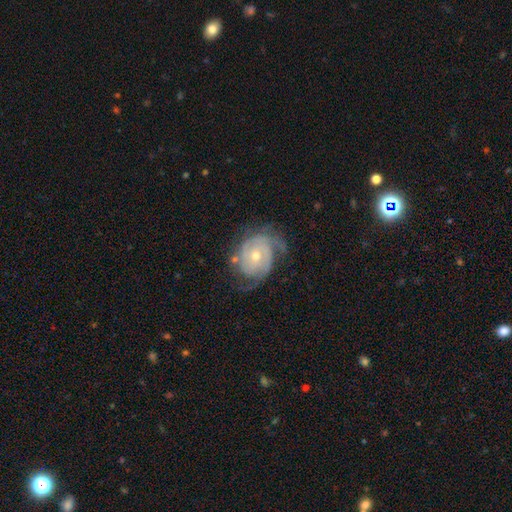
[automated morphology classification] A featured or disk galaxy (86%) with no bar (74%), 3 (30%, tied with 2) tight (63%) spiral arms (95%) and a small central bulge (51%).

Vote fractions:
- Smooth or featured? featured or disk: 86% / smooth: 8% / star or artifact: 6%
- Edge-on disk? no: 97% / yes: 3%
- Bar? no: 74% / weak: 21% / strong: 5%
- Spiral arms? yes: 95% / no: 5%
- Spiral winding? tight: 63% / medium: 29% / loose: 8%
- Spiral arm count? 3: 30% (tied) / 2: 30% (tied) / can't tell: 22% / 4: 8% / 1: 6% / more than 4: 5%
- Bulge size? small: 51% / moderate: 46% / large: 1% / none: 1% / dominant: 1%
- Merging? none: 63% / minor disturbance: 22% / major disturbance: 13% / merger: 2%